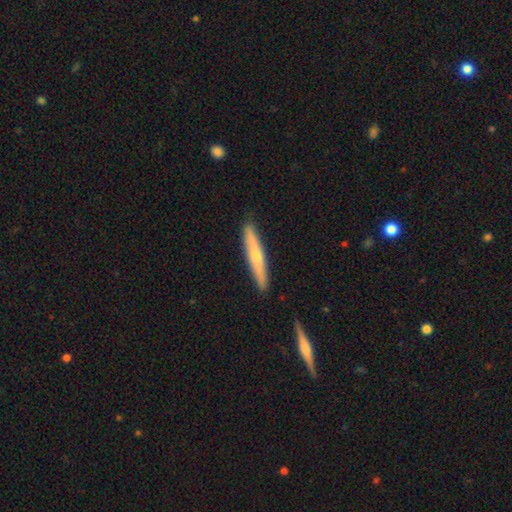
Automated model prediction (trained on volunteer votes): smooth-or-featured: smooth: 55% | featured or disk: 40% | star or artifact: 5%
  how-rounded: cigar-shaped: 92% | in between: 6% | round: 1%
  merging: none: 89% | minor disturbance: 8% | major disturbance: 1% | merger: 1%